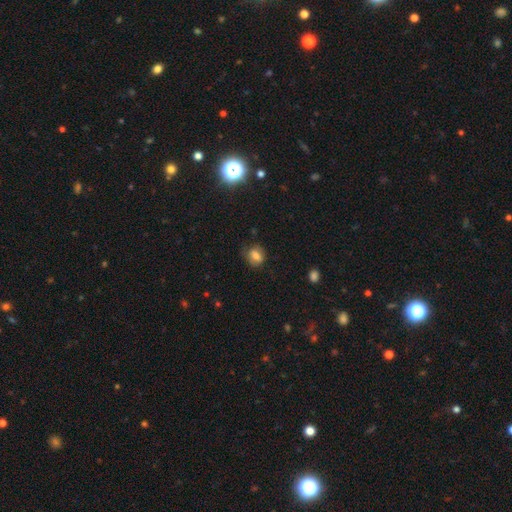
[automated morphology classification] type=smooth (74%); roundness=round (54%); merging=none (76%).